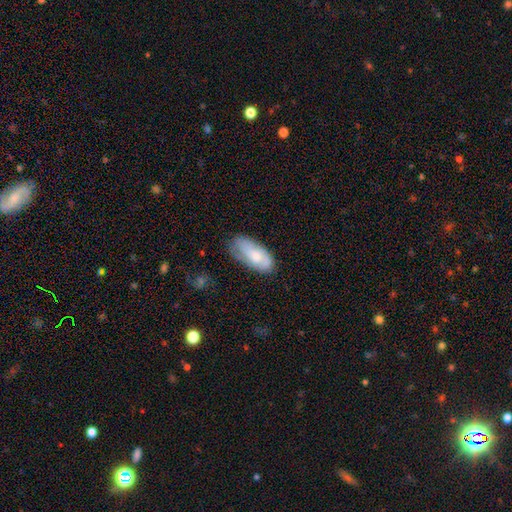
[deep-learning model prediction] This appears to be a smooth galaxy with no disk features (59%) that is in between round and cigar-shaped (90%). Merging: none (60%).